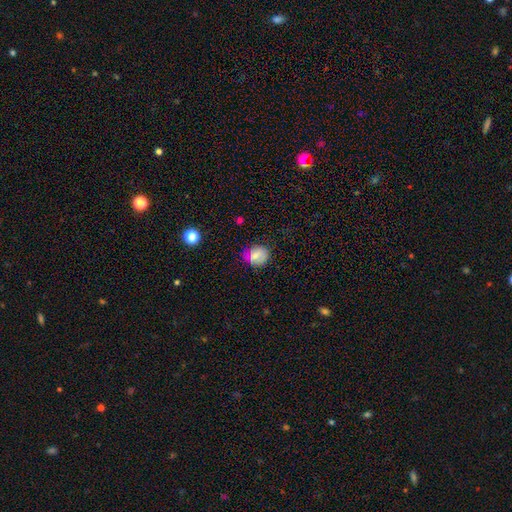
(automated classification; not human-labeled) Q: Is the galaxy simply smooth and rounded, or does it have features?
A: smooth — 75%.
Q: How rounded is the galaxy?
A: round — 67%.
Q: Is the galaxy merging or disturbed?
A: none — 70%.